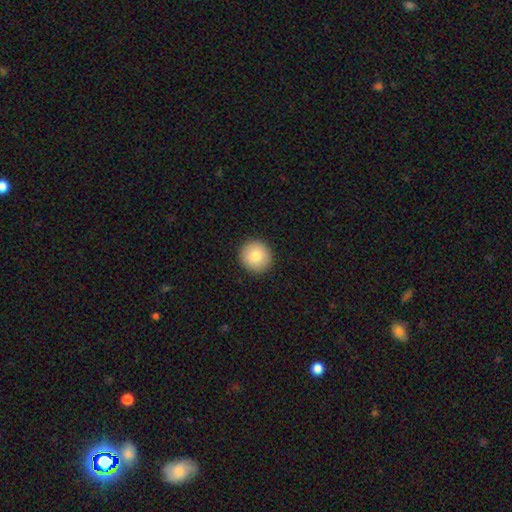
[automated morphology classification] smooth-or-featured: smooth: 83% | featured or disk: 9% | star or artifact: 8%
  how-rounded: round: 94% | in between: 5% | cigar-shaped: 1%
  merging: none: 93% | minor disturbance: 5% | major disturbance: 2% | merger: 1%